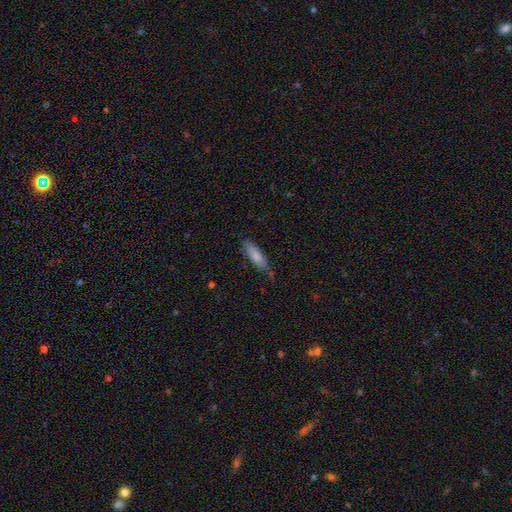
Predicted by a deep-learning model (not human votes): Q: Smooth or featured?
A: smooth (80%); runner-up: featured or disk (14%)
Q: How rounded?
A: cigar-shaped (51%); runner-up: in between (47%)
Q: Merging?
A: none (72%); runner-up: minor disturbance (21%)